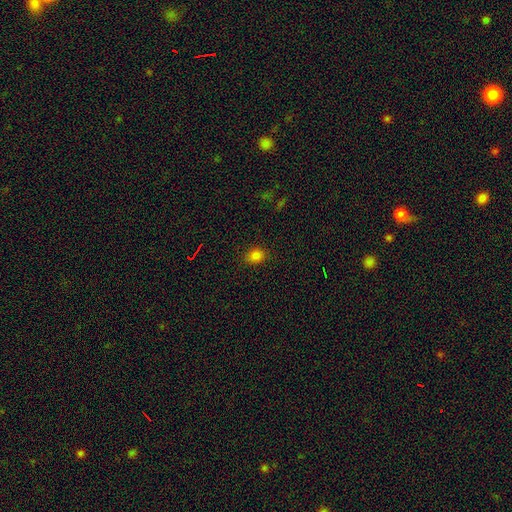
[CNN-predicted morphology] Smooth or featured? Predicted: smooth (p=0.80). How rounded? Predicted: in between (p=0.52). Merging? Predicted: none (p=0.87).